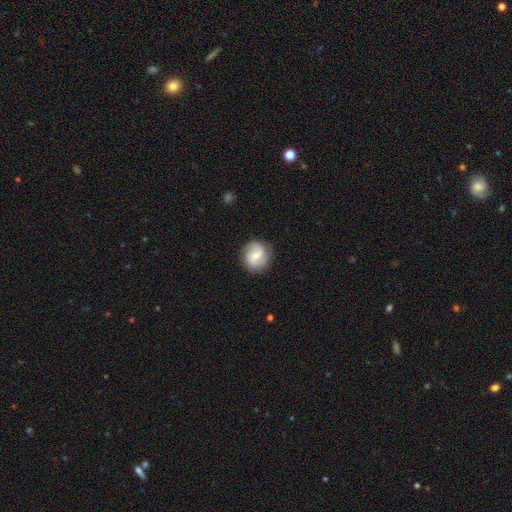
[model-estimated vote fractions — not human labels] This appears to be a featured or disk galaxy (53%) with a weak bar (49%), spiral arms (87%) and a small central bulge (51%). Merging: none (86%).